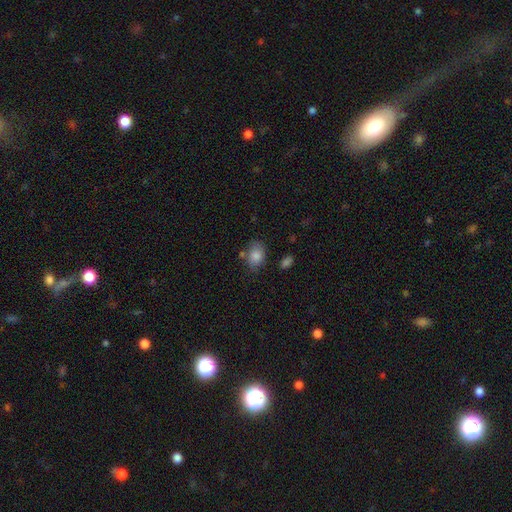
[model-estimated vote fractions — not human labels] smooth 82%, featured or disk 9%, star or artifact 8%. Down the decision tree: how rounded — in between (78%); merging — none (66%).